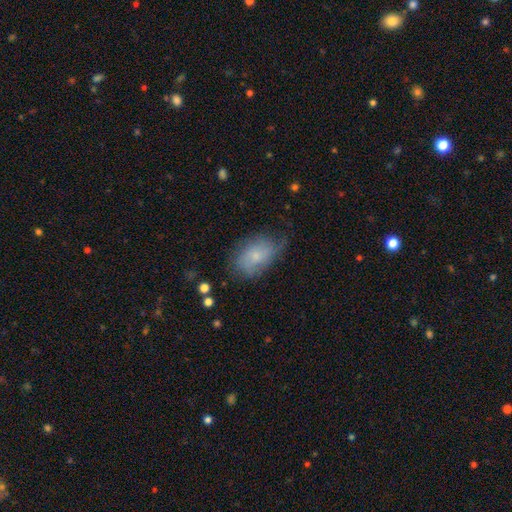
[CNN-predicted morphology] Smooth or featured? Predicted: smooth (p=0.61). How rounded? Predicted: in between (p=0.87). Merging? Predicted: none (p=0.51).